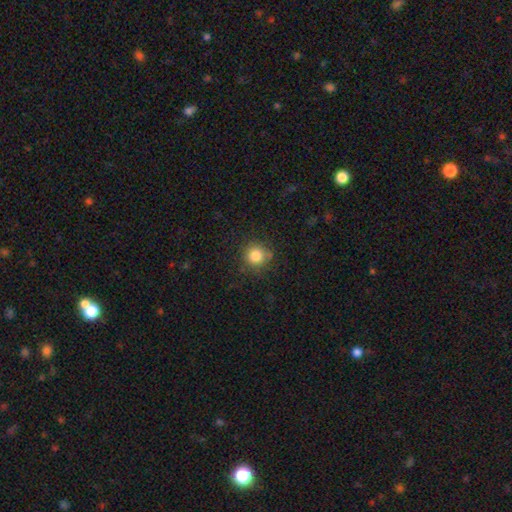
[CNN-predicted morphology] Smooth or featured? Predicted: smooth (p=0.83). How rounded? Predicted: round (p=0.93). Merging? Predicted: none (p=0.81).